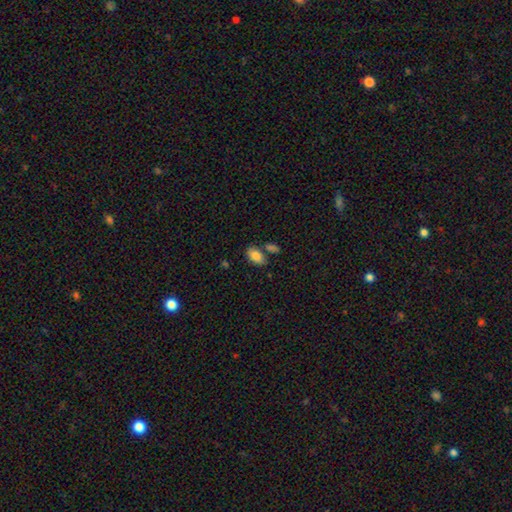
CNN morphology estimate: A smooth galaxy with no disk features (85%) that is in between round and cigar-shaped (92%).

Vote fractions:
- Smooth or featured? smooth: 85% / featured or disk: 8% / star or artifact: 7%
- How rounded? in between: 92% / round: 6% / cigar-shaped: 2%
- Merging? none: 67% / minor disturbance: 15% / merger: 14% / major disturbance: 4%